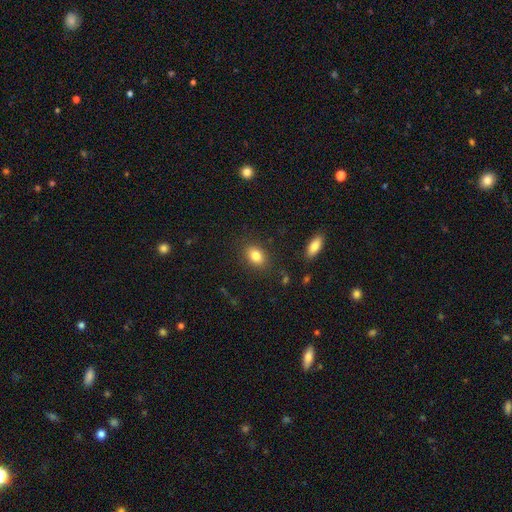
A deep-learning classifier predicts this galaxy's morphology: Smooth or featured: smooth — 82% (star or artifact — 9%)
How rounded: in between — 77% (round — 22%)
Merging: none — 86% (minor disturbance — 10%)